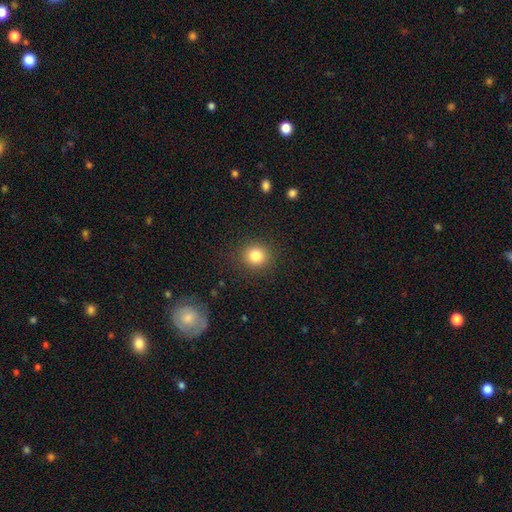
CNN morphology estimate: This appears to be a smooth galaxy with no disk features (82%) that is round (85%). Merging: none (89%).